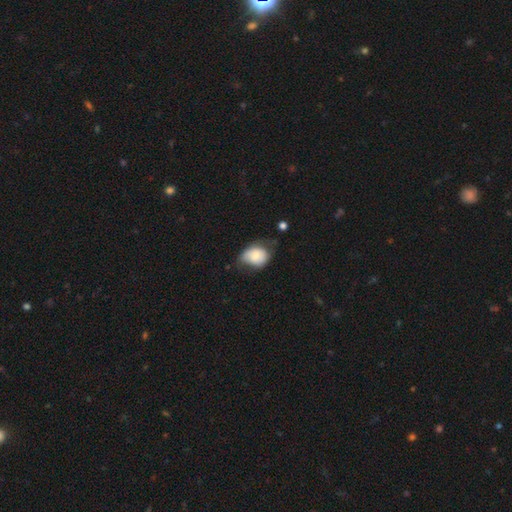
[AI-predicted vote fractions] This is likely a smooth galaxy (75%). How rounded: likely in between (62%). Merging: marginally minor disturbance (41%).